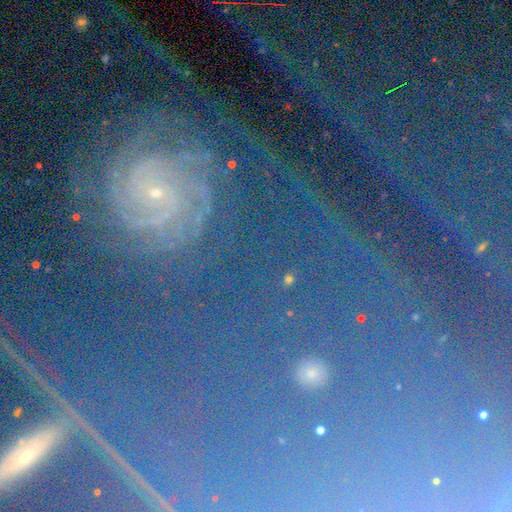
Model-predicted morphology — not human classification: type=featured or disk (44%); merging=none (76%).